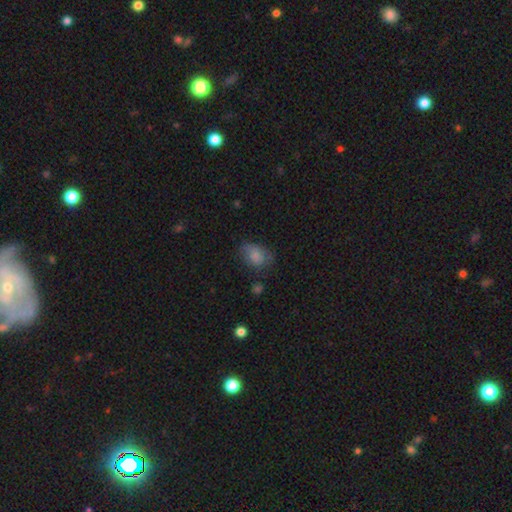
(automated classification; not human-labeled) Smooth or featured? Predicted: smooth (p=0.77). How rounded? Predicted: in between (p=0.72). Merging? Predicted: none (p=0.54).